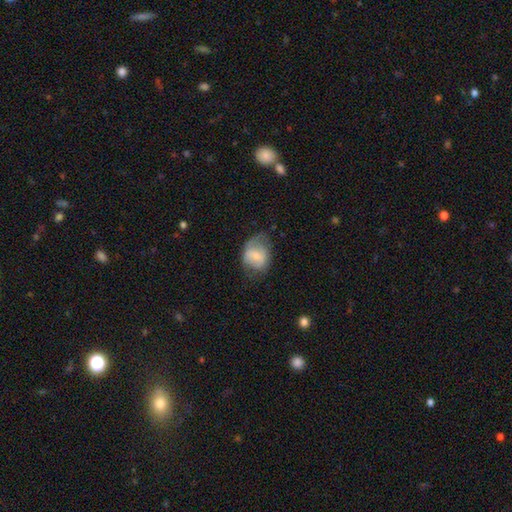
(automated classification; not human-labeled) Smooth or featured? smooth (60%)
How rounded? in between (60%)
Merging? none (51%)